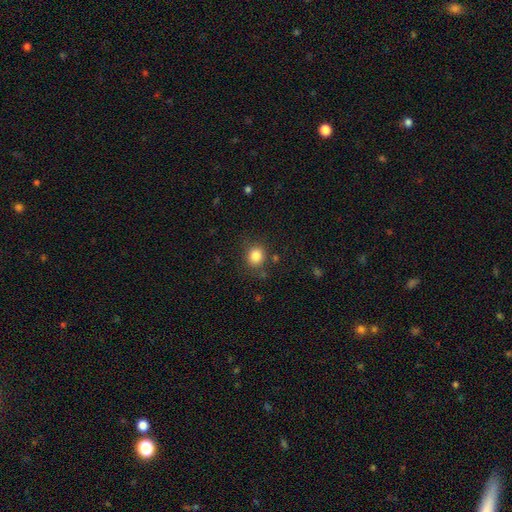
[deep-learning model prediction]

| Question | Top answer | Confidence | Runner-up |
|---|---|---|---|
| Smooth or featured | smooth | 84% | star or artifact (11%) |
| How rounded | round | 80% | in between (19%) |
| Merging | none | 81% | minor disturbance (12%) |